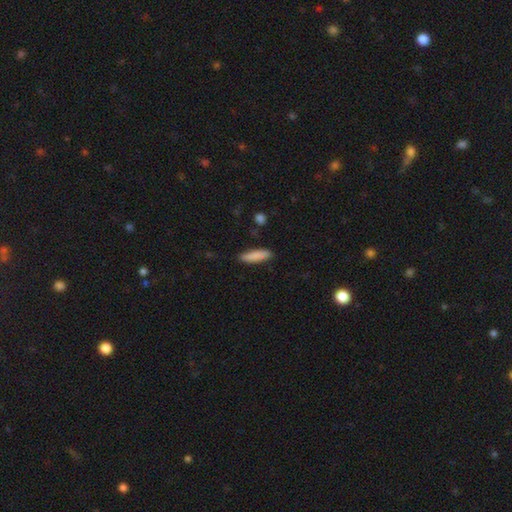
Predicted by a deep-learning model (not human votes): A smooth galaxy with no disk features (85%) that is cigar-shaped (71%). Merging: none (84%).